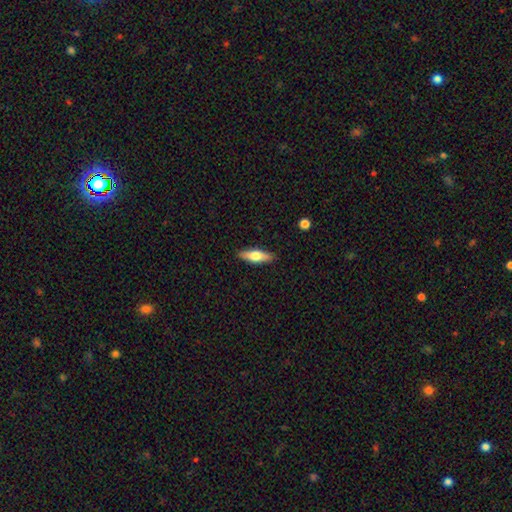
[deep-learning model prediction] Morphology: type=smooth (59%); roundness=in between (50%); merging=none (88%).